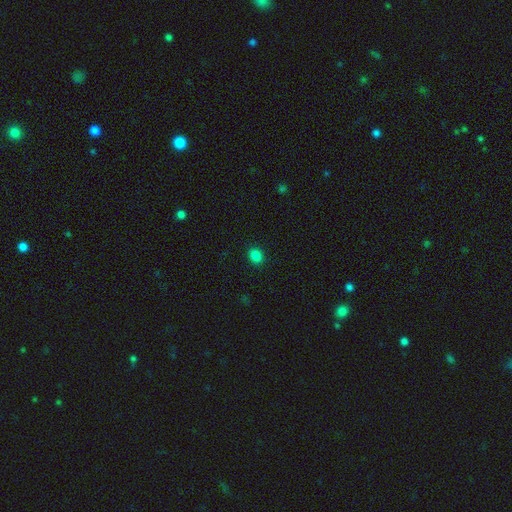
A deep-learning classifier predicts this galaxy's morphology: This appears to be a smooth galaxy with no disk features (84%) that is round (62%). Merging: none (91%).